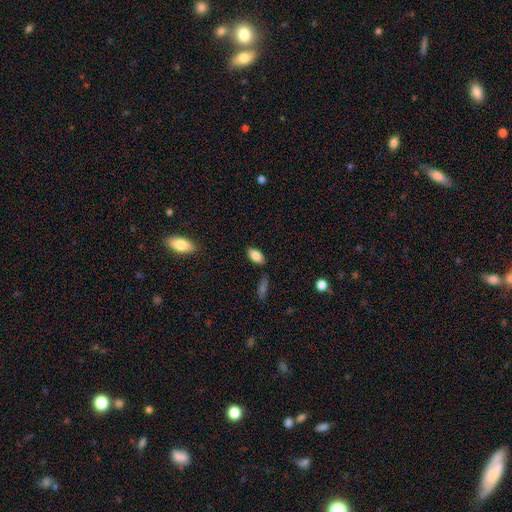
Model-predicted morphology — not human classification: Smooth or featured? smooth (84%)
How rounded? in between (91%)
Merging? none (83%)